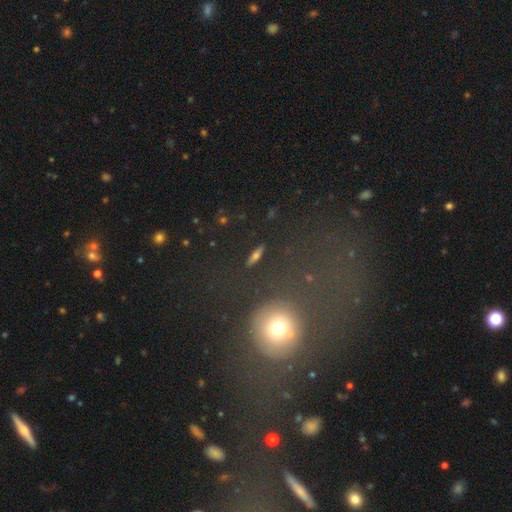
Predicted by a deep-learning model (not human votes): Smooth or featured?
  - smooth: 50% *
  - featured or disk: 32%
  - star or artifact: 18%
How rounded?
  - cigar-shaped: 52% *
  - in between: 29%
  - round: 18%
Merging?
  - none: 88% *
  - minor disturbance: 7%
  - major disturbance: 3%
  - merger: 2%